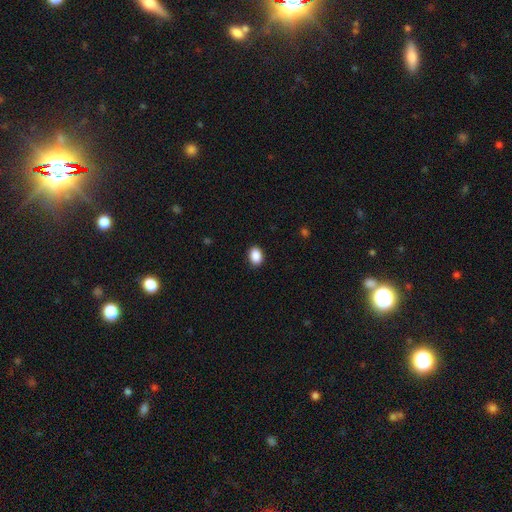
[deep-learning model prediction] smooth-or-featured: smooth: 90% | star or artifact: 8% | featured or disk: 3%
  how-rounded: in between: 70% | round: 29% | cigar-shaped: 1%
  merging: none: 89% | minor disturbance: 8% | major disturbance: 2% | merger: 1%